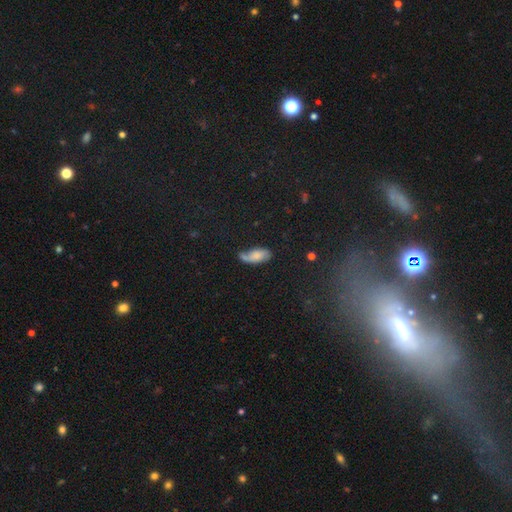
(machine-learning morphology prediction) A smooth galaxy with no disk features (59%) that is in between round and cigar-shaped (86%).

Vote fractions:
- Smooth or featured? smooth: 59% / featured or disk: 31% / star or artifact: 10%
- How rounded? in between: 86% / cigar-shaped: 11% / round: 3%
- Merging? none: 47% / minor disturbance: 30% / major disturbance: 13% / merger: 10%